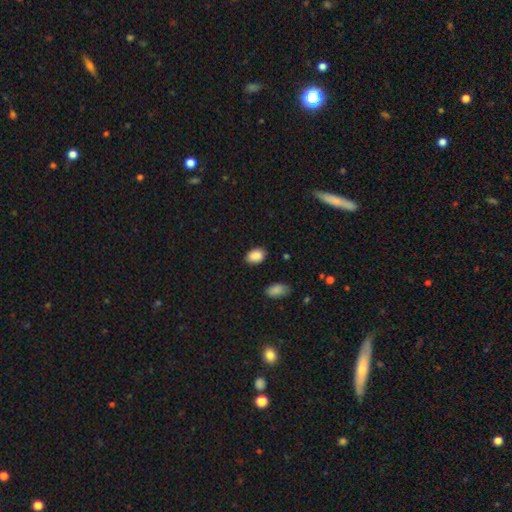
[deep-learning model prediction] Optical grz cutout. It shows a smooth galaxy with no disk features (89%) that is in between round and cigar-shaped (84%). Merging: none (84%).